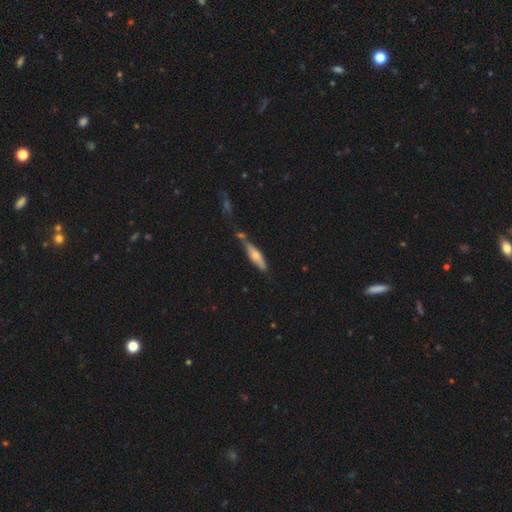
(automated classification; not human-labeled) Overall: smooth (53%; featured or disk 40%). How rounded: cigar-shaped (69%; in between 29%). Merging: none (51%; merger 23%).